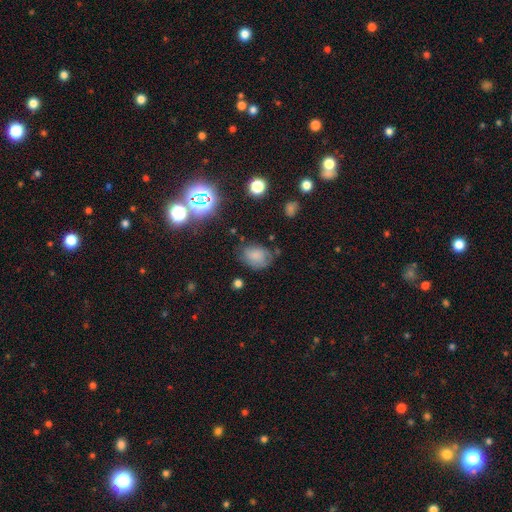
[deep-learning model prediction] Morphology: type=smooth (73%); roundness=in between (70%); merging=none (61%).